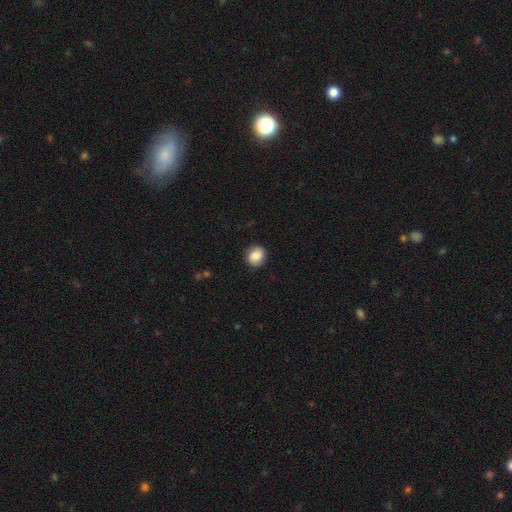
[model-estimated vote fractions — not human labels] Overall: smooth (81%). How rounded: round (77%). Merging: none (85%).